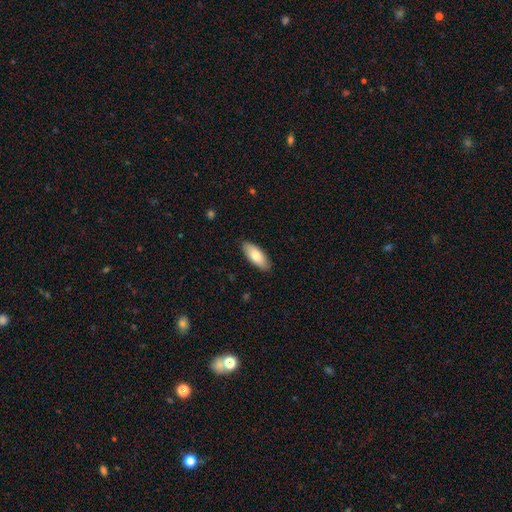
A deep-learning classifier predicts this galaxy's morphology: Smooth or featured?
  - smooth: 78% *
  - featured or disk: 16%
  - star or artifact: 6%
How rounded?
  - in between: 82% *
  - cigar-shaped: 16%
  - round: 2%
Merging?
  - none: 89% *
  - minor disturbance: 9%
  - major disturbance: 2%
  - merger: 1%